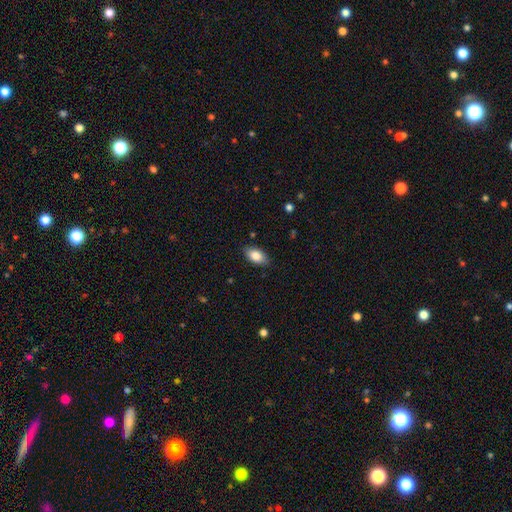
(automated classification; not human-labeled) smooth 83%, featured or disk 10%, star or artifact 7%. Down the decision tree: how rounded — in between (92%); merging — none (85%).